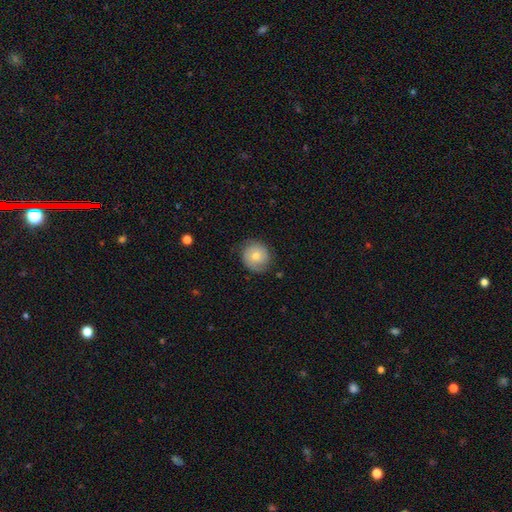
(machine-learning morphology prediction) Smooth or featured? Predicted: smooth (p=0.59). How rounded? Predicted: round (p=0.89). Merging? Predicted: none (p=0.77).